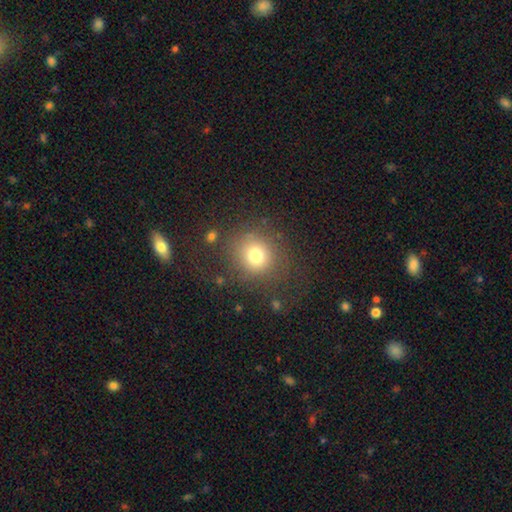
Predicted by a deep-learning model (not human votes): smooth_or_featured: smooth (p=0.74) [alt: star or artifact p=0.15]
how_rounded: round (p=0.86) [alt: in between p=0.13]
merging: none (p=0.79) [alt: minor disturbance p=0.11]